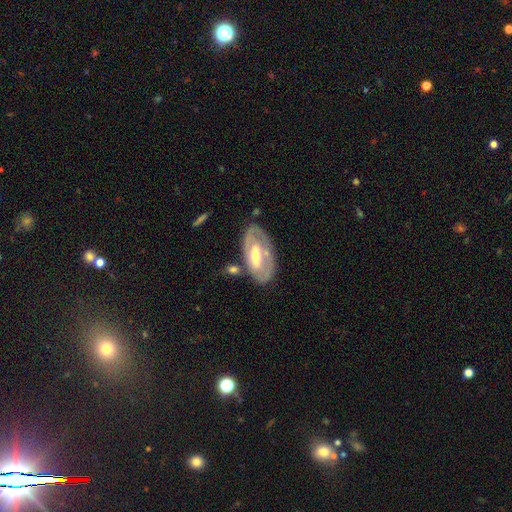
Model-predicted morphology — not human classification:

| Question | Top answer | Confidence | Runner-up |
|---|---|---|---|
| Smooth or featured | featured or disk | 71% | smooth (24%) |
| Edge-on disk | no | 89% | yes (11%) |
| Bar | weak | 37% | strong (31%) |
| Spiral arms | yes | 52% | no (48%) |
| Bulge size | moderate | 65% | small (22%) |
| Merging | none | 69% | minor disturbance (18%) |